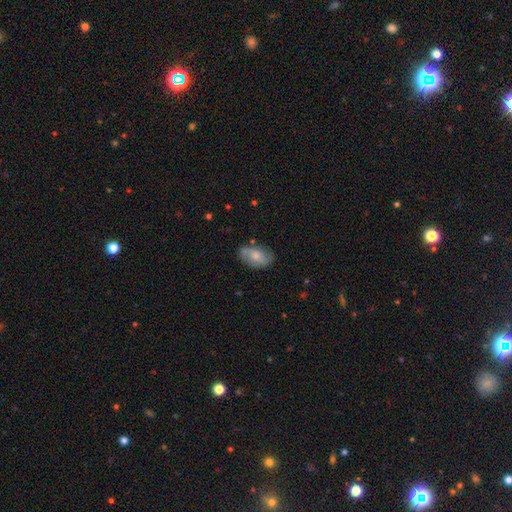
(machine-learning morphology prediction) This is possibly a smooth galaxy (52%). How rounded: clearly in between (90%). Merging: likely none (71%).